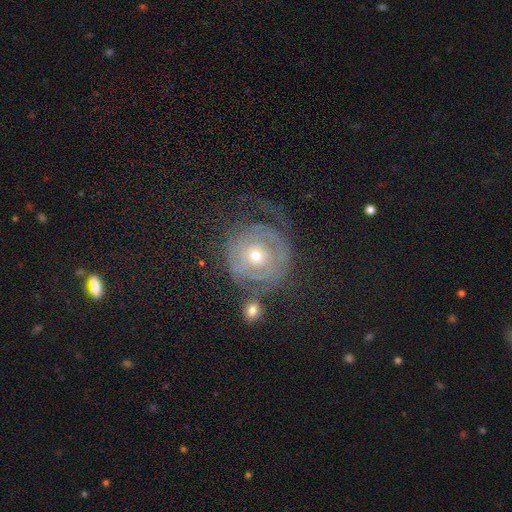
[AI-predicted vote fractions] smooth_or_featured: featured or disk (p=0.68) [alt: smooth p=0.24]
disk_edge_on: no (p=0.96) [alt: yes p=0.04]
bar: no (p=0.81) [alt: weak p=0.15]
has_spiral_arms: yes (p=0.71) [alt: no p=0.29]
bulge_size: small (p=0.53) [alt: moderate p=0.42]
merging: none (p=0.47) [alt: major disturbance p=0.26]